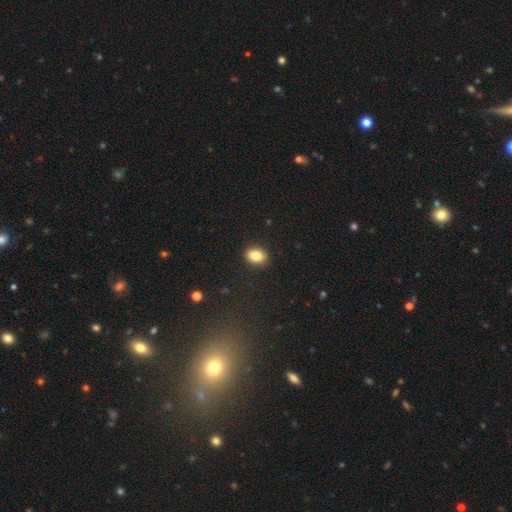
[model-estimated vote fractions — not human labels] Smooth or featured? Predicted: smooth (p=0.83). How rounded? Predicted: in between (p=0.65). Merging? Predicted: none (p=0.90).